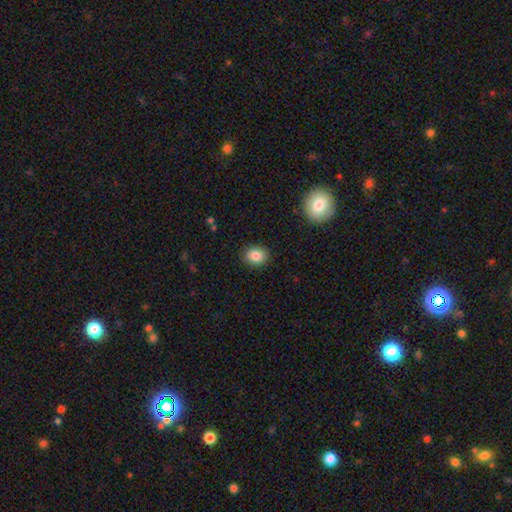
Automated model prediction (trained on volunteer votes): Overall: smooth (85%). How rounded: round (57%; in between 42%). Merging: none (89%).